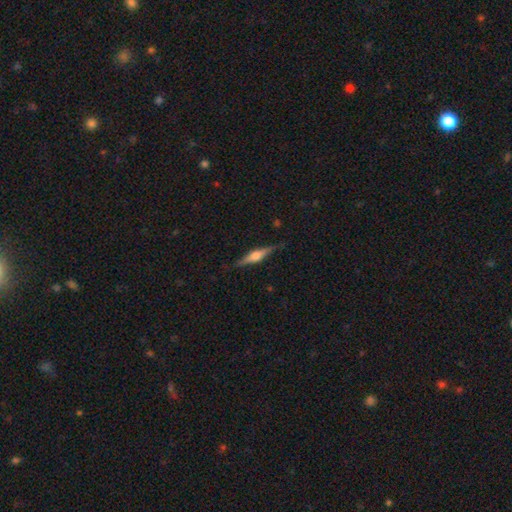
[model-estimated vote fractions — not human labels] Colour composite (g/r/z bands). It shows a featured or disk galaxy (72%) viewed edge-on (98%) with a rounded central bulge (88%). Merging: none (86%).